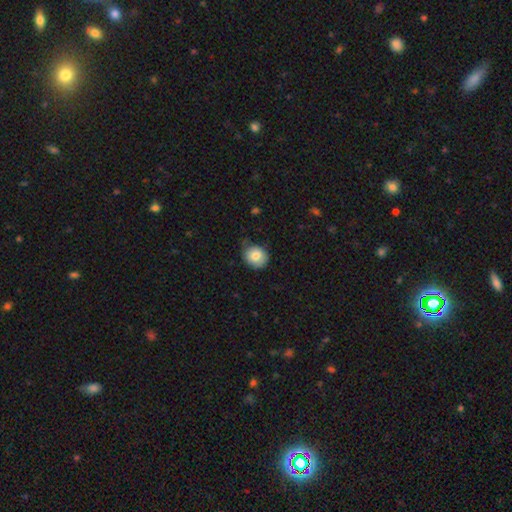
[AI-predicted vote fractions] This is clearly a smooth galaxy (80%). How rounded: likely round (75%). Merging: likely none (66%).